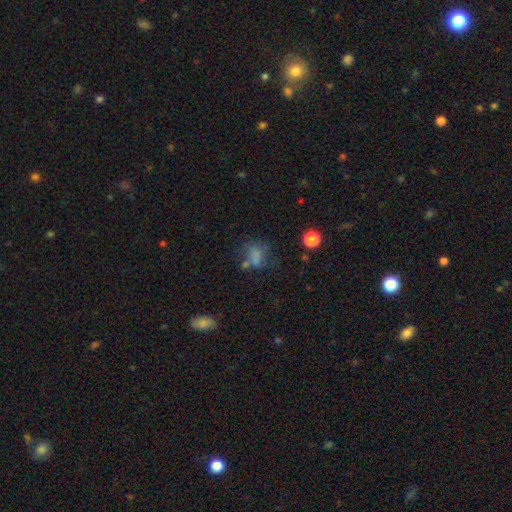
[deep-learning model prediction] A smooth galaxy with no disk features (62%) that is in between round and cigar-shaped (57%). Merging: none (38%).